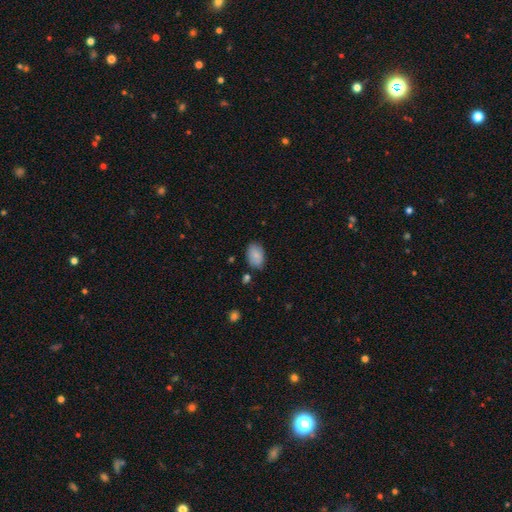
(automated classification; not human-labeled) Smooth or featured? smooth (84%)
How rounded? in between (89%)
Merging? none (75%)